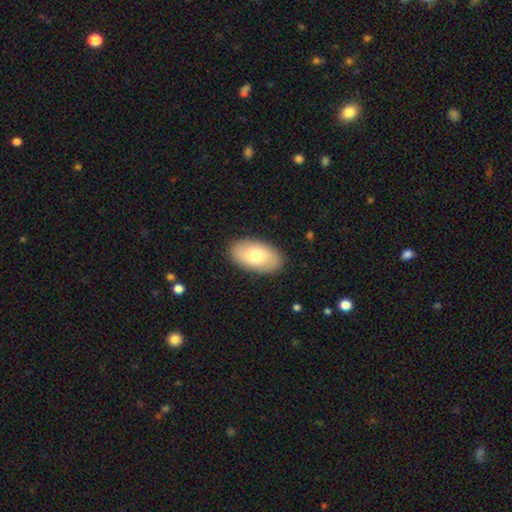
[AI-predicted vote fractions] This is likely a smooth galaxy (71%). How rounded: clearly in between (94%). Merging: clearly none (88%).